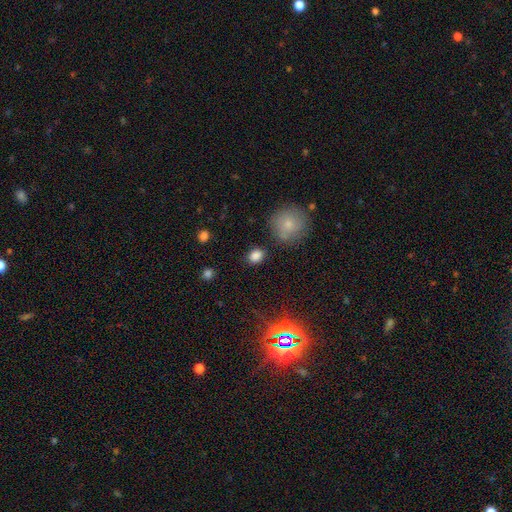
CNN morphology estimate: Overall: smooth (83%). How rounded: in between (56%; round 42%). Merging: none (83%).